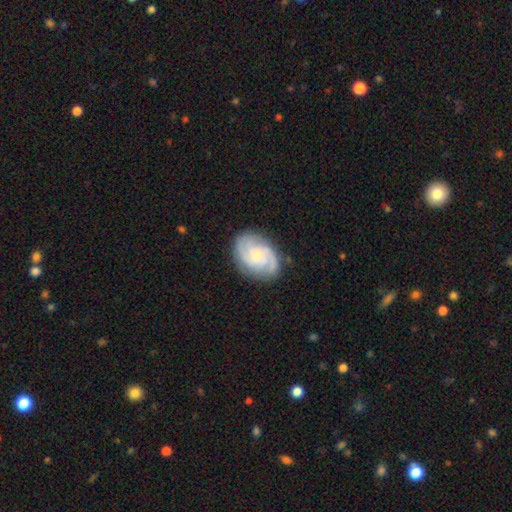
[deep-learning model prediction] This appears to be a featured or disk galaxy (80%) with no bar (71%), 2 (44%) tight (52%) spiral arms (96%) and a small central bulge (68%). Merging: none (81%).